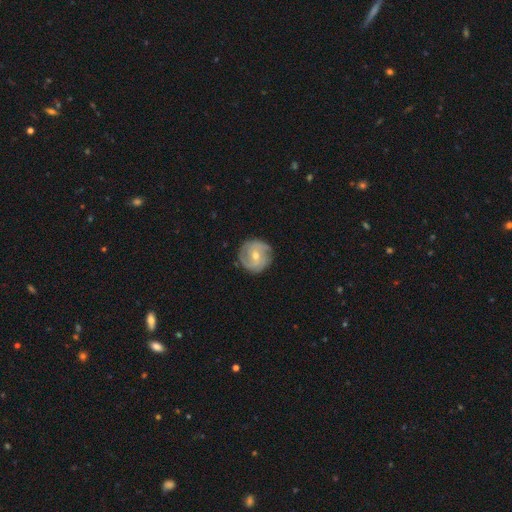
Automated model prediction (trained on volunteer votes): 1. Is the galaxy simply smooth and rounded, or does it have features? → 69% featured or disk, 23% smooth, 7% star or artifact.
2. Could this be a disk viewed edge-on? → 97% no, 3% yes.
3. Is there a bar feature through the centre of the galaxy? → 55% no, 35% weak, 11% strong.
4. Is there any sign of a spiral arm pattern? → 85% yes, 15% no.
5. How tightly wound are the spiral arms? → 54% tight, 34% medium, 12% loose.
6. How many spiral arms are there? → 43% 2, 26% can't tell, 18% 3, 5% 4, 4% 1, 4% more than 4.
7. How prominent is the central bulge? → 52% moderate, 45% small, 1% large, 1% none, 1% dominant.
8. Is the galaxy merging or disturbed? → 82% none, 13% minor disturbance, 3% major disturbance, 1% merger.